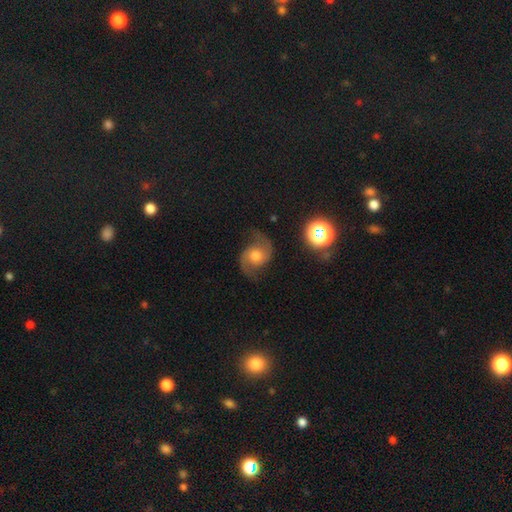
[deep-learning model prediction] Q: Smooth or featured?
A: featured or disk (84%); runner-up: smooth (9%)
Q: Edge-on disk?
A: no (98%); runner-up: yes (2%)
Q: Bar?
A: no (70%); runner-up: weak (25%)
Q: Spiral arms?
A: yes (97%); runner-up: no (3%)
Q: Spiral winding?
A: medium (47%); runner-up: loose (42%)
Q: Spiral arm count?
A: 2 (94%); runner-up: can't tell (2%)
Q: Bulge size?
A: moderate (66%); runner-up: small (18%)
Q: Merging?
A: none (77%); runner-up: minor disturbance (15%)